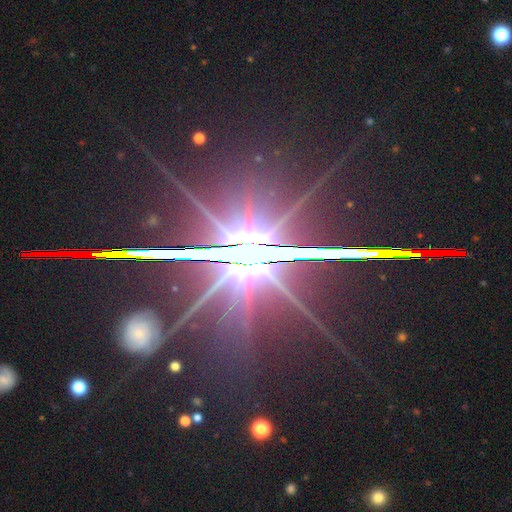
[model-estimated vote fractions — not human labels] A star or artifact, not a galaxy (75%).

Vote fractions:
- Smooth or featured? star or artifact: 75% / featured or disk: 19% / smooth: 7%